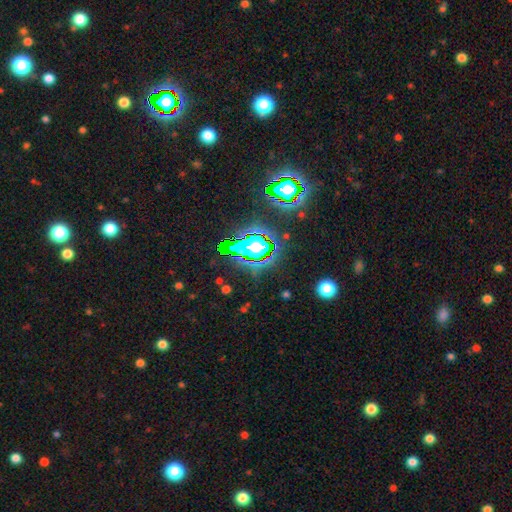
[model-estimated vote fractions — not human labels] Smooth or featured? star or artifact (80%)